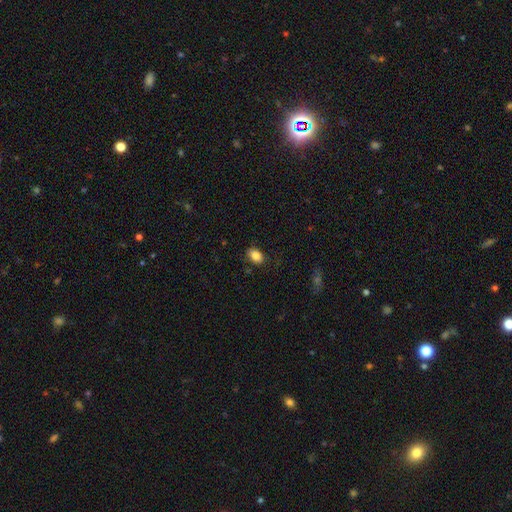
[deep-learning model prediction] Smooth or featured?
  - smooth: 85% *
  - star or artifact: 9%
  - featured or disk: 7%
How rounded?
  - in between: 80% *
  - round: 18%
  - cigar-shaped: 1%
Merging?
  - none: 82% *
  - minor disturbance: 14%
  - major disturbance: 3%
  - merger: 1%